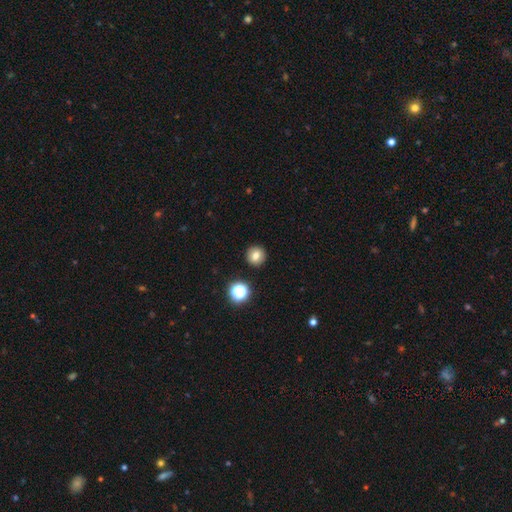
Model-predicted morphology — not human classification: A smooth galaxy with no disk features (78%) that is round (92%).

Vote fractions:
- Smooth or featured? smooth: 78% / star or artifact: 13% / featured or disk: 10%
- How rounded? round: 92% / in between: 7% / cigar-shaped: 1%
- Merging? none: 91% / minor disturbance: 5% / merger: 2% / major disturbance: 2%